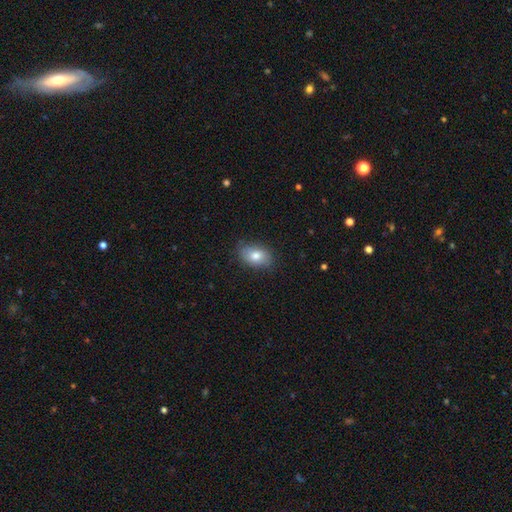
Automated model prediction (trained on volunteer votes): This appears to be a smooth galaxy with no disk features (79%) that is in between round and cigar-shaped (84%). Merging: none (81%).